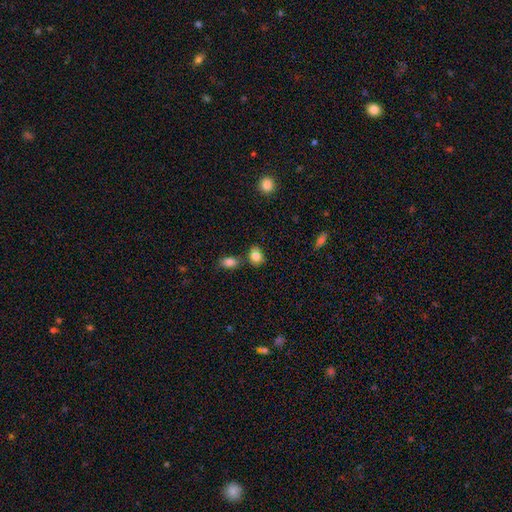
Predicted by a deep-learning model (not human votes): This is clearly a smooth galaxy (84%). How rounded: possibly round (54%). Merging: likely none (68%).